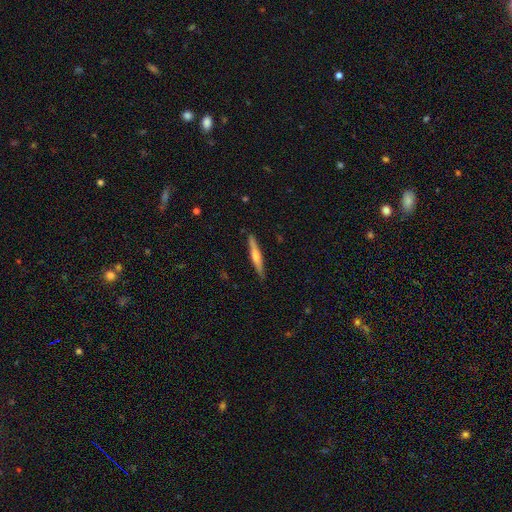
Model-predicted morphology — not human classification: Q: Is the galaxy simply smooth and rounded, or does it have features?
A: featured or disk — 49%.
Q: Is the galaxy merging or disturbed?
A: none — 88%.